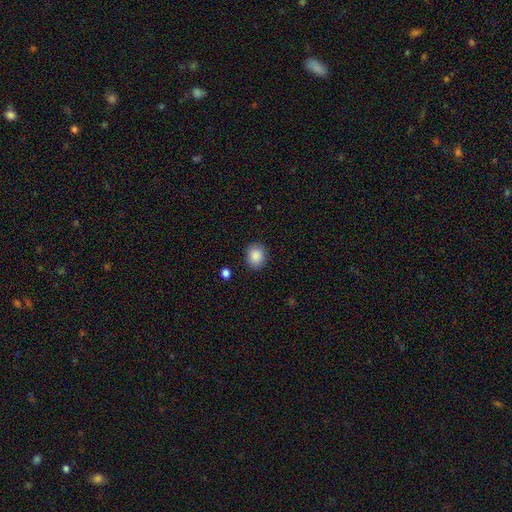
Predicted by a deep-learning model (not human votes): Smooth or featured: smooth — 88% (star or artifact — 8%)
How rounded: round — 63% (in between — 36%)
Merging: none — 87% (minor disturbance — 9%)